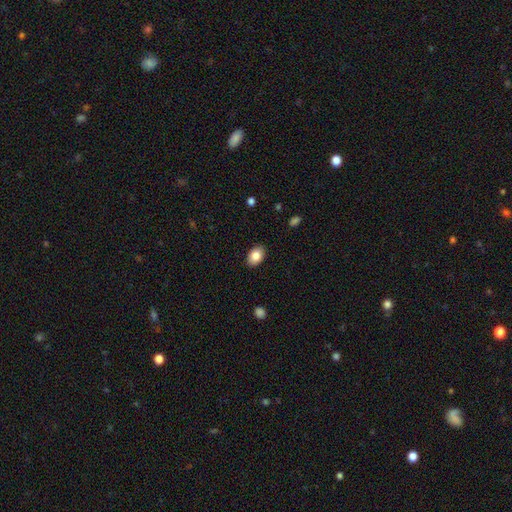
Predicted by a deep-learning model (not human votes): Overall: smooth (84%). How rounded: in between (87%). Merging: none (88%).